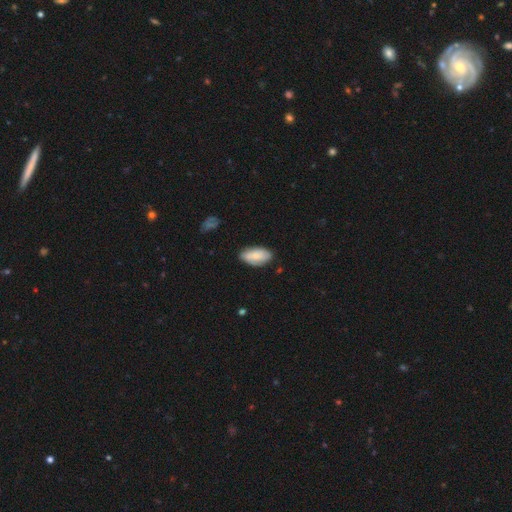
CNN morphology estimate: Smooth or featured?
  - smooth: 70% *
  - featured or disk: 23%
  - star or artifact: 6%
How rounded?
  - in between: 93% *
  - cigar-shaped: 4%
  - round: 3%
Merging?
  - none: 76% *
  - minor disturbance: 19%
  - major disturbance: 3%
  - merger: 2%